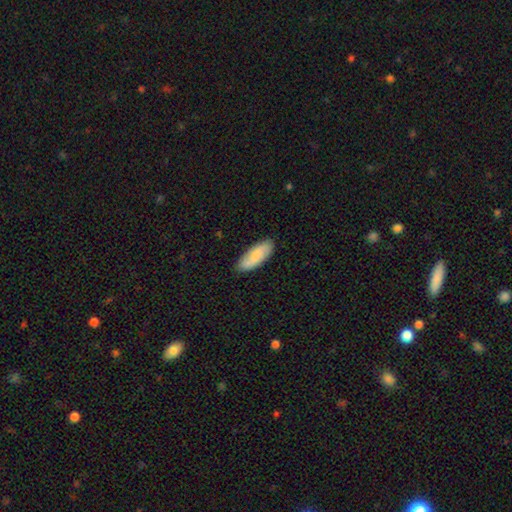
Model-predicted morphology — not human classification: Smooth or featured? smooth (73%)
How rounded? in between (71%)
Merging? none (83%)